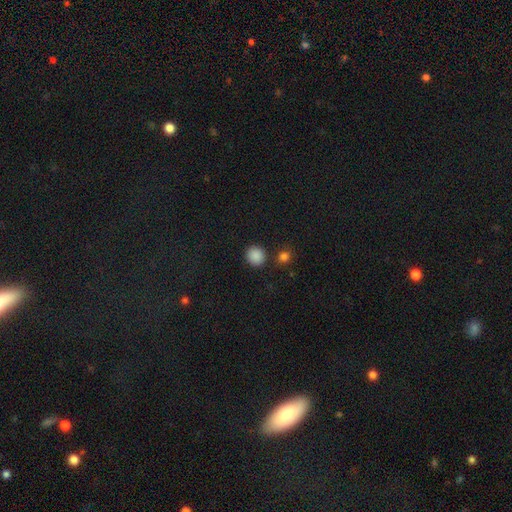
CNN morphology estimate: Q: Smooth or featured?
A: smooth (87%); runner-up: star or artifact (10%)
Q: How rounded?
A: round (89%); runner-up: in between (10%)
Q: Merging?
A: none (85%); runner-up: minor disturbance (8%)